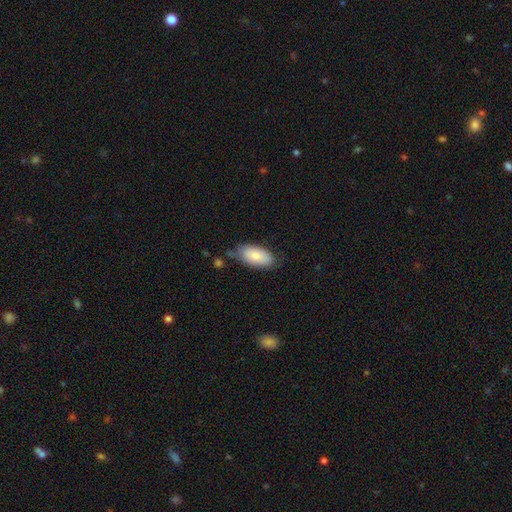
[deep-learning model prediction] Smooth or featured: smooth — 79% (featured or disk — 14%)
How rounded: in between — 94% (cigar-shaped — 4%)
Merging: none — 66% (minor disturbance — 25%)